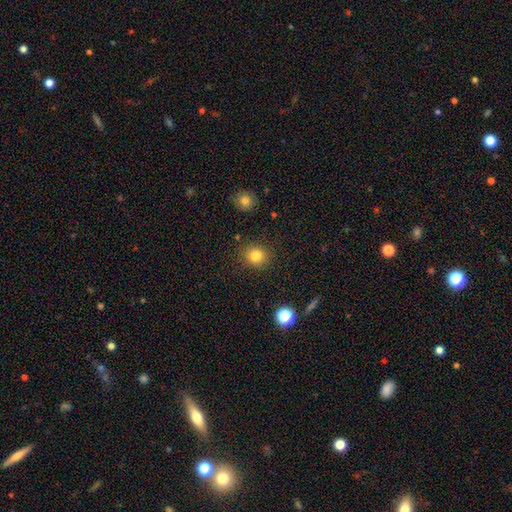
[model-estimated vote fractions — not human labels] smooth_or_featured: smooth (p=0.82) [alt: star or artifact p=0.12]
how_rounded: round (p=0.85) [alt: in between p=0.15]
merging: none (p=0.87) [alt: minor disturbance p=0.08]